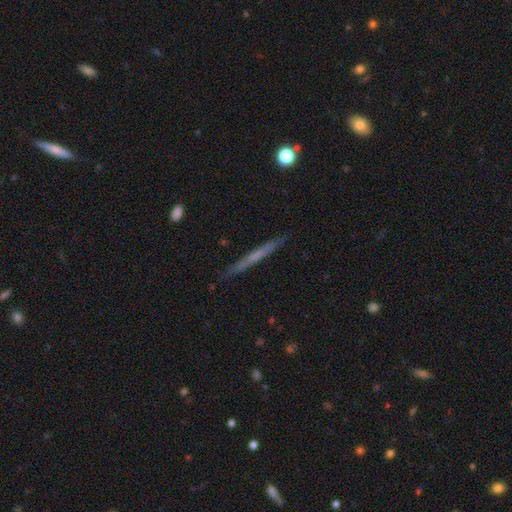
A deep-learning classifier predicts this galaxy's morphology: smooth_or_featured: featured or disk (p=0.50) [alt: smooth p=0.43]
disk_edge_on: yes (p=0.96) [alt: no p=0.04]
merging: none (p=0.89) [alt: minor disturbance p=0.08]